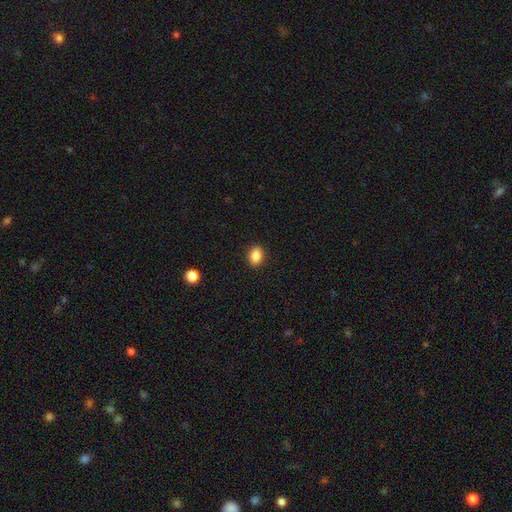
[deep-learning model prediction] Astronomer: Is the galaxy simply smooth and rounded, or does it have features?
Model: smooth — 88%.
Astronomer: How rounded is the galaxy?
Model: in between — 69%.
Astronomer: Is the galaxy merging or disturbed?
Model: none — 90%.